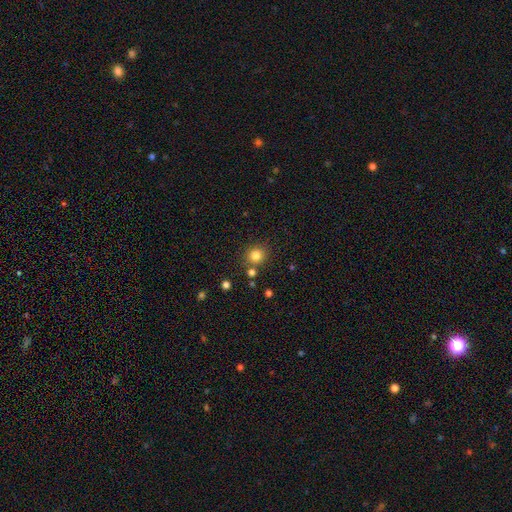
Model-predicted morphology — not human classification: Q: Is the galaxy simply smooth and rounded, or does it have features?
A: smooth — 82%.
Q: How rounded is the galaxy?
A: round — 87%.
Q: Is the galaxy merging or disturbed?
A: none — 78%.